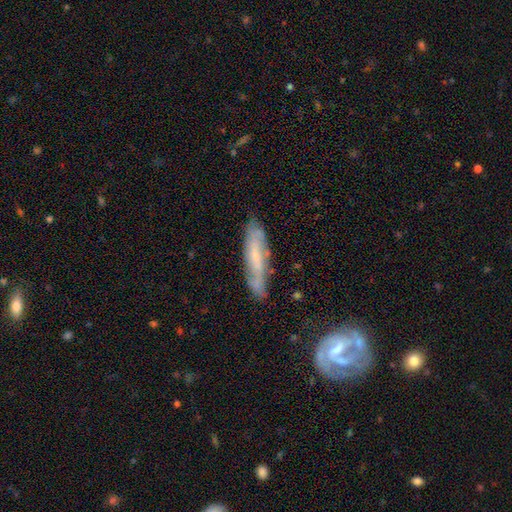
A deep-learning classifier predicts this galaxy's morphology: Smooth or featured? featured or disk (58%)
Edge-on disk? no (60%)
Merging? none (73%)